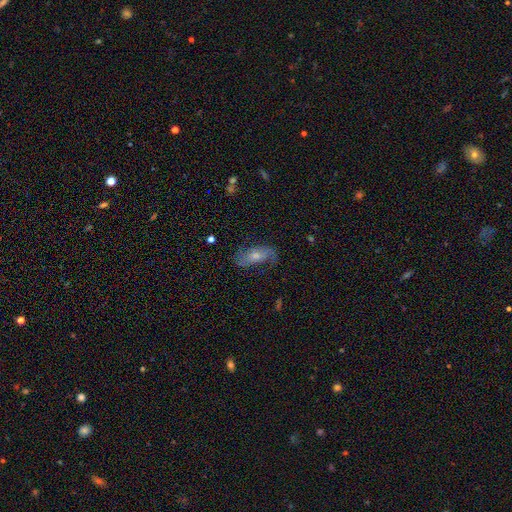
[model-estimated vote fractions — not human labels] smooth_or_featured: featured or disk (p=0.66) [alt: smooth p=0.21]
disk_edge_on: no (p=0.89) [alt: yes p=0.11]
bar: no (p=0.59) [alt: weak p=0.30]
has_spiral_arms: yes (p=0.88) [alt: no p=0.12]
spiral_winding: loose (p=0.40) [alt: medium p=0.39]
spiral_arm_count: 2 (p=0.79) [alt: can't tell p=0.11]
bulge_size: moderate (p=0.51) [alt: small p=0.39]
merging: none (p=0.70) [alt: minor disturbance p=0.18]